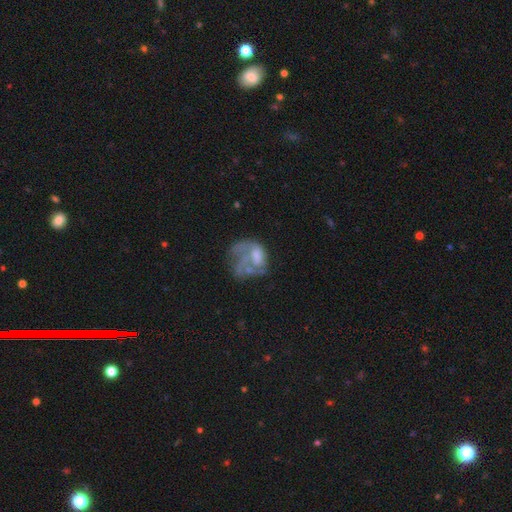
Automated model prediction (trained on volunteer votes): smooth-or-featured: featured or disk: 56% | smooth: 31% | star or artifact: 13%
  disk-edge-on: no: 98% | yes: 2%
    bar: no: 82% | weak: 15% | strong: 3%
    has-spiral-arms: no: 71% | yes: 29%
    bulge-size: none: 50% | moderate: 24% | small: 17% | large: 7% | dominant: 2%
  merging: major disturbance: 41% | none: 28% | minor disturbance: 16% | merger: 15%